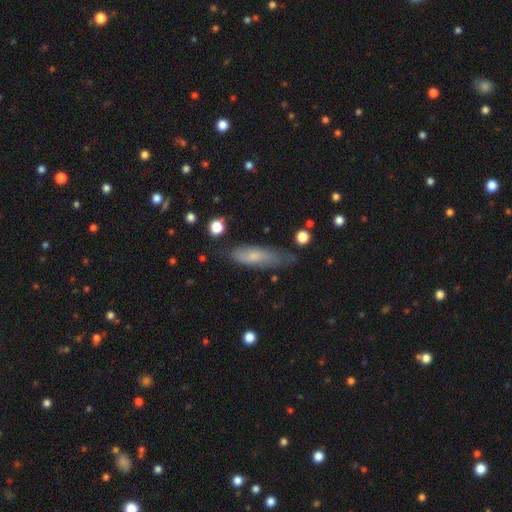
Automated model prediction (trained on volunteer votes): smooth 64%, featured or disk 28%, star or artifact 8%. Down the decision tree: how rounded — cigar-shaped (58%); merging — none (70%).